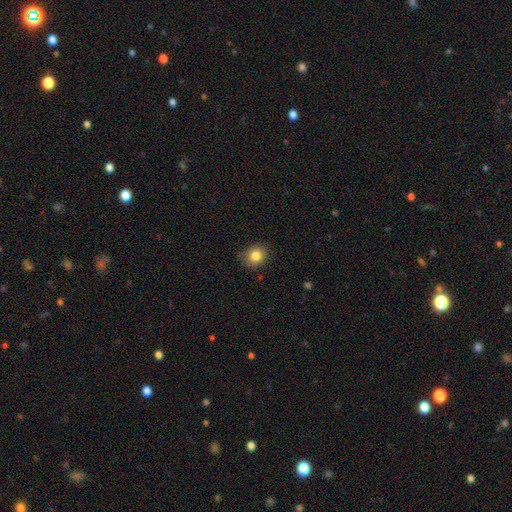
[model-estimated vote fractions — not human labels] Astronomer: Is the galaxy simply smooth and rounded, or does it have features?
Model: smooth — 83%.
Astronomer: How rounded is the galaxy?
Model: round — 81%.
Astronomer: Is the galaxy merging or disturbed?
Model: none — 84%.